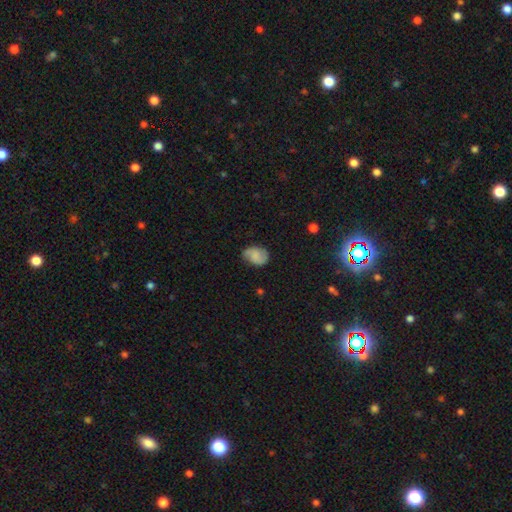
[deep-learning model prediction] Overall: smooth (56%; featured or disk 35%). How rounded: in between (73%). Merging: none (67%).